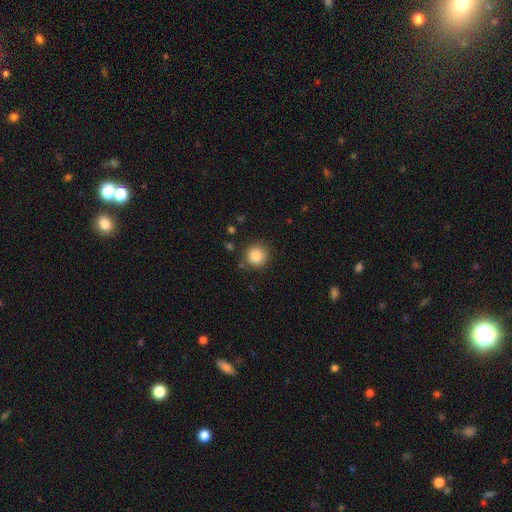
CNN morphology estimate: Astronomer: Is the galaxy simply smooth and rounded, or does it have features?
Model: smooth — 87%.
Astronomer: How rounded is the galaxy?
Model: round — 93%.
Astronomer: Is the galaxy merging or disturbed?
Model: none — 82%.